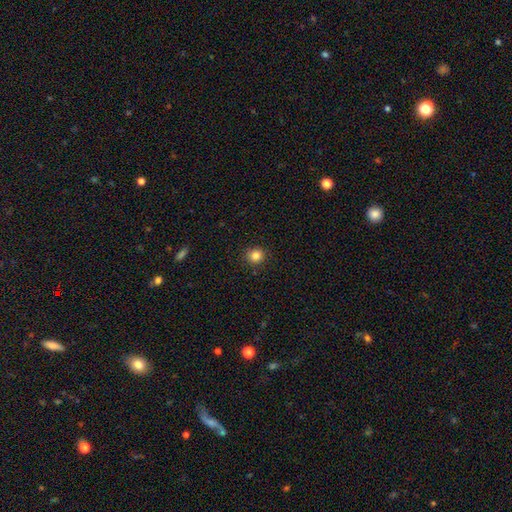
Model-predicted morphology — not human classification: Overall: smooth (83%). How rounded: round (91%). Merging: none (90%).